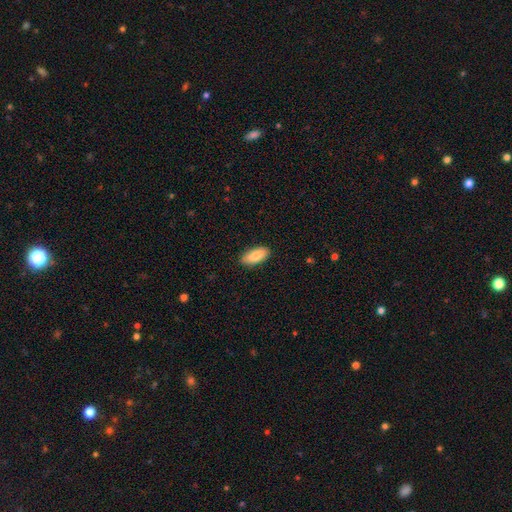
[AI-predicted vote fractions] A smooth galaxy with no disk features (85%) that is in between round and cigar-shaped (85%).

Vote fractions:
- Smooth or featured? smooth: 85% / featured or disk: 9% / star or artifact: 6%
- How rounded? in between: 85% / cigar-shaped: 13% / round: 2%
- Merging? none: 88% / minor disturbance: 9% / major disturbance: 2% / merger: 1%